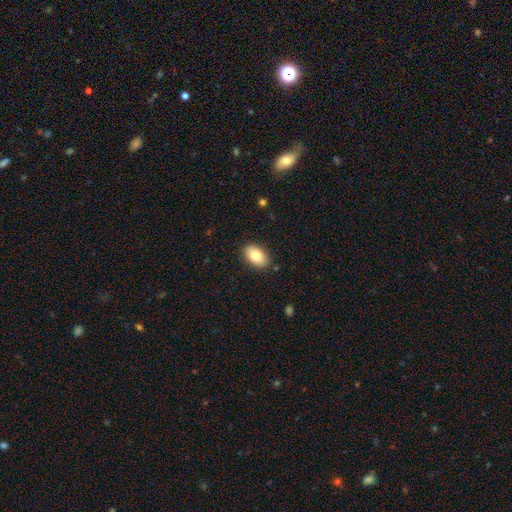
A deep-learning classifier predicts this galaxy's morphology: Q: Smooth or featured?
A: smooth (80%); runner-up: featured or disk (13%)
Q: How rounded?
A: in between (91%); runner-up: round (7%)
Q: Merging?
A: none (87%); runner-up: minor disturbance (9%)